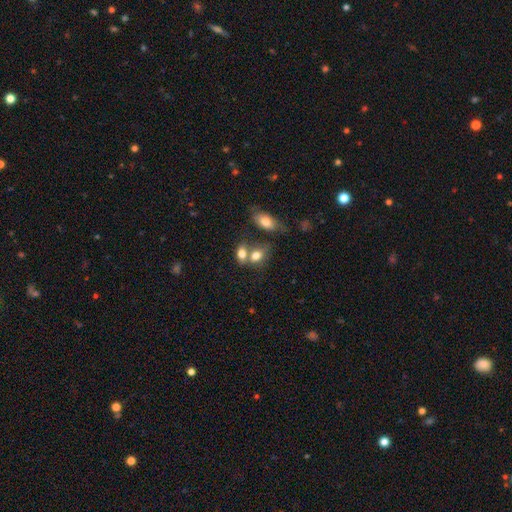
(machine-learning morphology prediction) Q: Smooth or featured?
A: smooth (78%); runner-up: featured or disk (13%)
Q: How rounded?
A: in between (77%); runner-up: round (20%)
Q: Merging?
A: merger (54%); runner-up: none (31%)